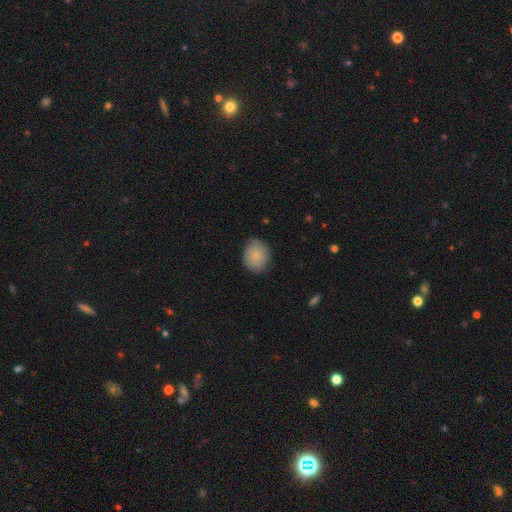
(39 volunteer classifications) This appears to be a smooth galaxy with no disk features (92%) that is round (58%). Merging: none (79%).